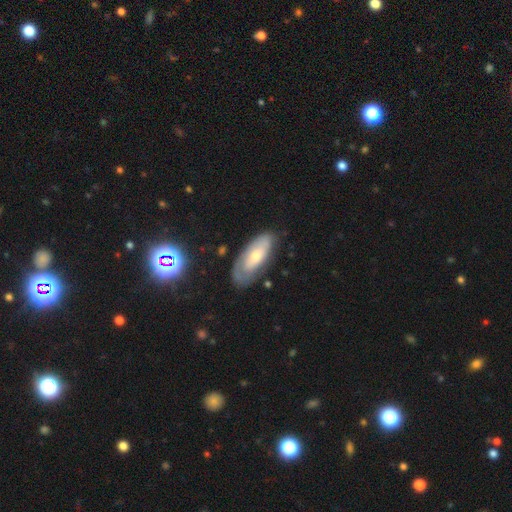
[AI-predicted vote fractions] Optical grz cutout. It shows a featured or disk galaxy (48%). Merging: none (62%).